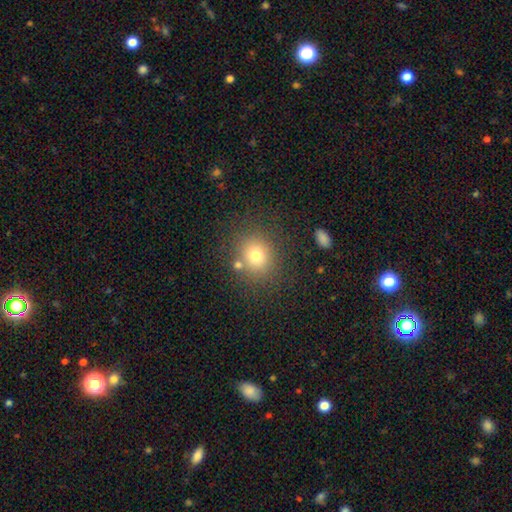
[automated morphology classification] Smooth or featured? Predicted: smooth (p=0.74). How rounded? Predicted: round (p=0.77). Merging? Predicted: none (p=0.77).